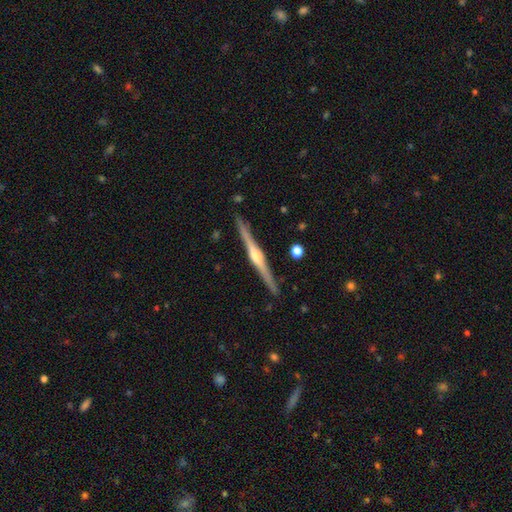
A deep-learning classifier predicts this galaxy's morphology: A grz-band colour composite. It shows a featured or disk galaxy (83%) viewed edge-on (99%) with a rounded central bulge (86%). Merging: none (91%).